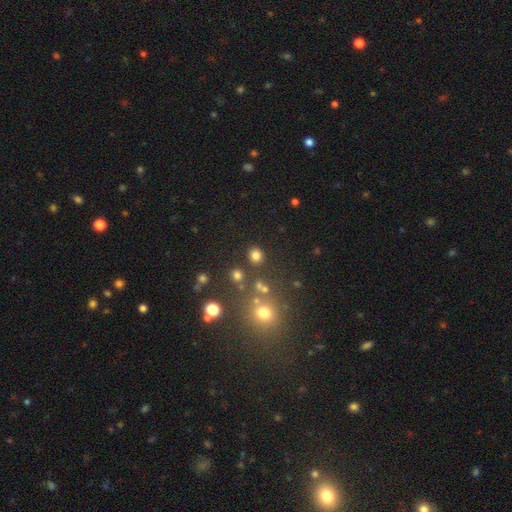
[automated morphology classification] Smooth or featured?
  - smooth: 78% *
  - star or artifact: 16%
  - featured or disk: 5%
How rounded?
  - round: 84% *
  - in between: 15%
  - cigar-shaped: 1%
Merging?
  - none: 85% *
  - minor disturbance: 7%
  - merger: 5%
  - major disturbance: 3%